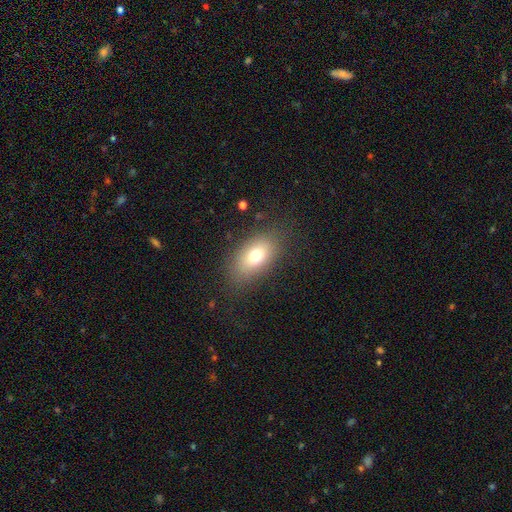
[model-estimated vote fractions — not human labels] The model was most divided on "smooth or featured": smooth: 73%, featured or disk: 16%, star or artifact: 11%. More confident: how rounded — in between (87%); merging — none (81%).